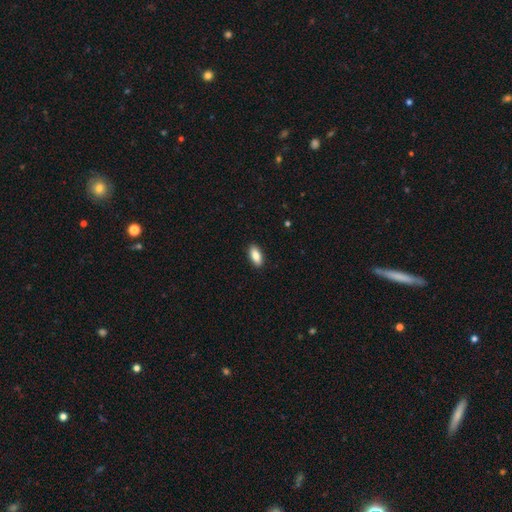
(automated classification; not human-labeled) Smooth or featured? smooth (87%)
How rounded? in between (86%)
Merging? none (90%)